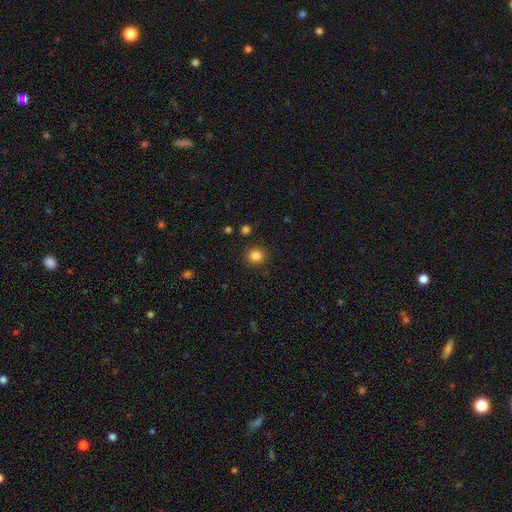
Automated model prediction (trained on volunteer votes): Q: Smooth or featured?
A: smooth (84%); runner-up: star or artifact (12%)
Q: How rounded?
A: round (90%); runner-up: in between (9%)
Q: Merging?
A: none (89%); runner-up: minor disturbance (7%)